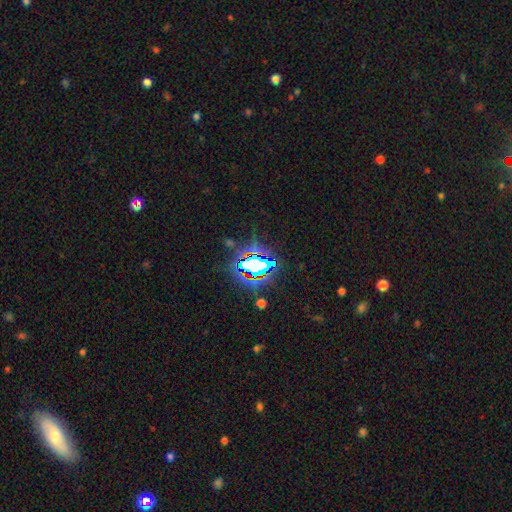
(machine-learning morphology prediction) The model was most divided on "smooth or featured": star or artifact: 82%, smooth: 11%, featured or disk: 7%.